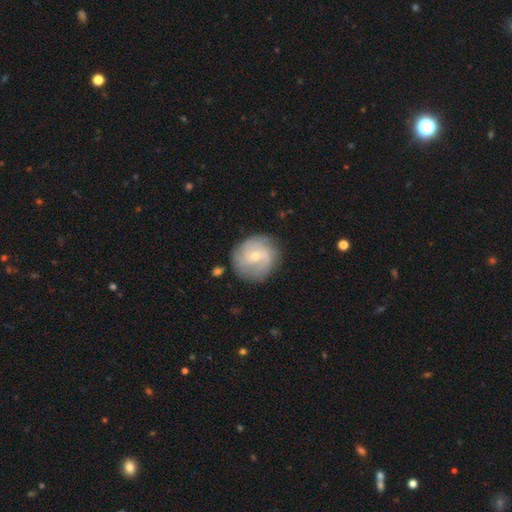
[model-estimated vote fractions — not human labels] featured or disk 71%, smooth 22%, star or artifact 6%. Down the decision tree: edge-on disk — no (98%); bar — no (63%); spiral arms — yes (90%); spiral arm count — 2 (30%); spiral winding — tight (44%); bulge size — small (60%); merging — none (79%).